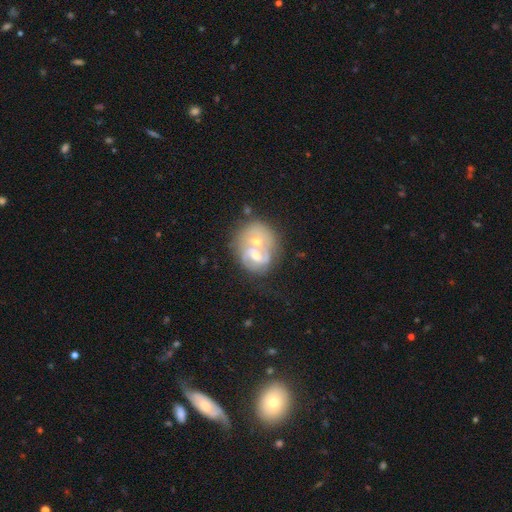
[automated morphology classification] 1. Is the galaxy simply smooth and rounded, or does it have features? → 67% featured or disk, 26% smooth, 6% star or artifact.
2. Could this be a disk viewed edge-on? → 97% no, 3% yes.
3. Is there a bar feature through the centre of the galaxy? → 52% no, 37% weak, 11% strong.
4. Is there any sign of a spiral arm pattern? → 68% yes, 32% no.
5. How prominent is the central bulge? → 64% moderate, 26% small, 6% large, 3% none, 1% dominant.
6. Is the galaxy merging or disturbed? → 65% merger, 20% none, 9% minor disturbance, 7% major disturbance.